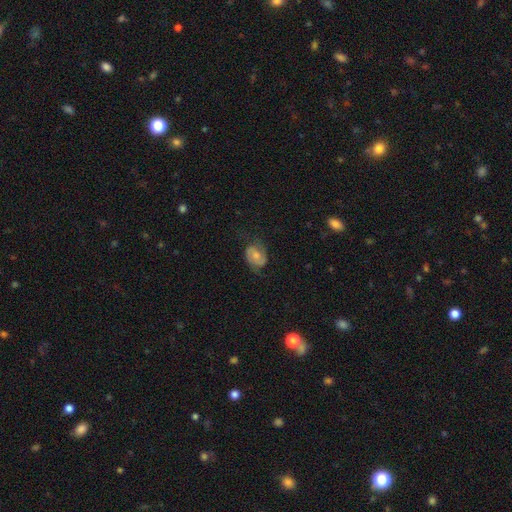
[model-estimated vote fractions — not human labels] Overall: featured or disk (53%; smooth 39%). Edge-on disk: no (97%). Bar: no (59%; weak 34%). Spiral arms: yes (85%). Bulge size: moderate (49%; small 34%). Merging: none (61%; minor disturbance 24%).